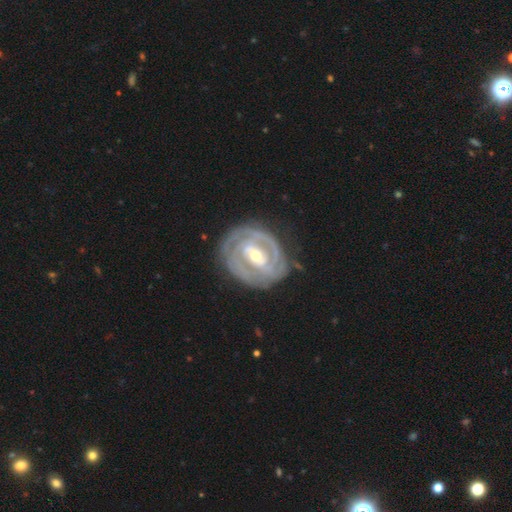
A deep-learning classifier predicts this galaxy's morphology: Overall: featured or disk (88%). Edge-on disk: no (97%). Bar: weak (42%; strong 38%). Spiral arms: yes (93%). Spiral arm count: 2 (43%; can't tell 27%). Spiral winding: tight (80%). Bulge size: moderate (60%; small 35%). Merging: none (75%).